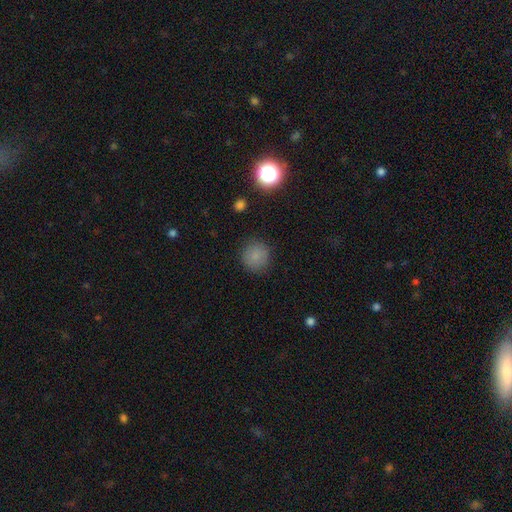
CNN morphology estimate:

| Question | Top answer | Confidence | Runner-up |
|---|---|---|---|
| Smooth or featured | smooth | 82% | star or artifact (12%) |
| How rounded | round | 92% | in between (7%) |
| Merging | none | 86% | minor disturbance (9%) |